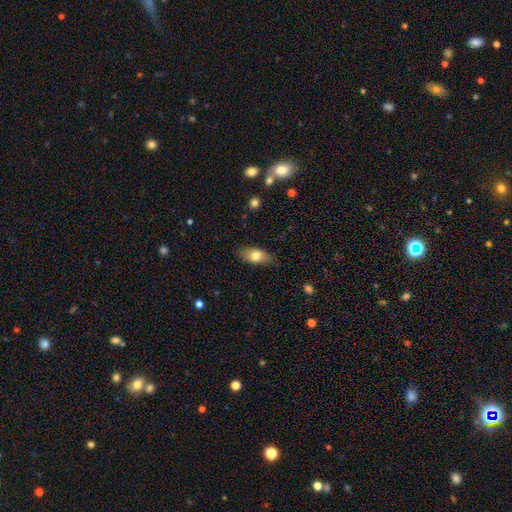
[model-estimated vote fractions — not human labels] This is likely a smooth galaxy (76%). How rounded: clearly in between (86%). Merging: likely none (80%).